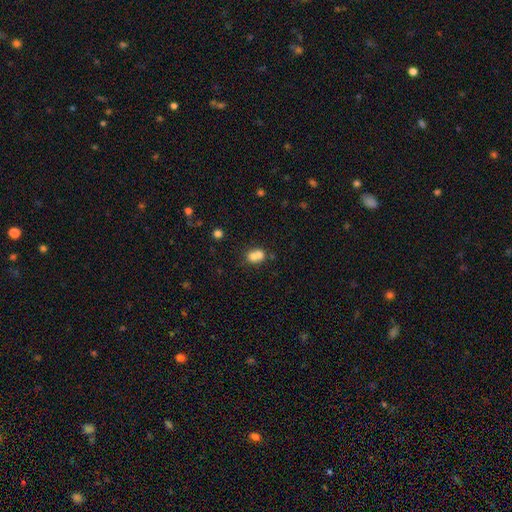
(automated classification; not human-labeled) smooth_or_featured: smooth (p=0.69) [alt: featured or disk p=0.19]
how_rounded: round (p=0.62) [alt: in between p=0.37]
merging: merger (p=0.63) [alt: none p=0.27]